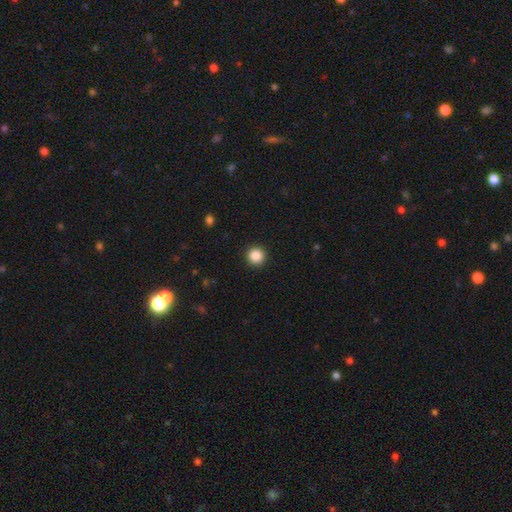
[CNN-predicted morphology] smooth_or_featured: smooth (p=0.87) [alt: star or artifact p=0.10]
how_rounded: round (p=0.96) [alt: in between p=0.03]
merging: none (p=0.93) [alt: minor disturbance p=0.04]